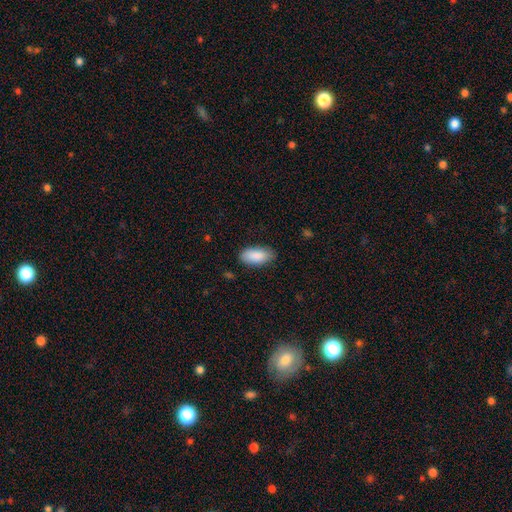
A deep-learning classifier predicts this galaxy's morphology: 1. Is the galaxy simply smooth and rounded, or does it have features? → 89% smooth, 6% star or artifact, 5% featured or disk.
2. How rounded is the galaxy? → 92% in between, 6% cigar-shaped, 2% round.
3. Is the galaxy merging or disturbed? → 82% none, 14% minor disturbance, 3% major disturbance, 1% merger.